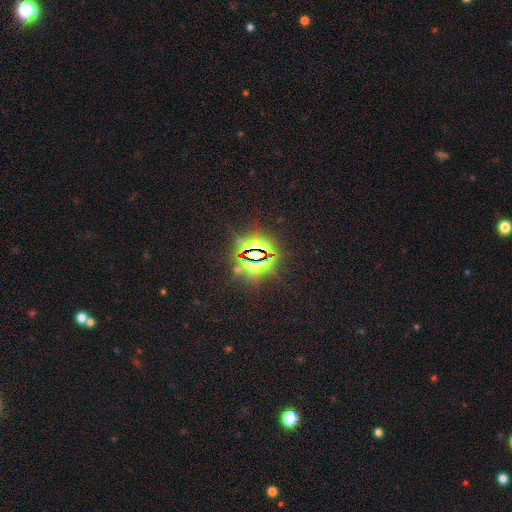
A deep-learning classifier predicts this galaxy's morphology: type=star or artifact (83%).